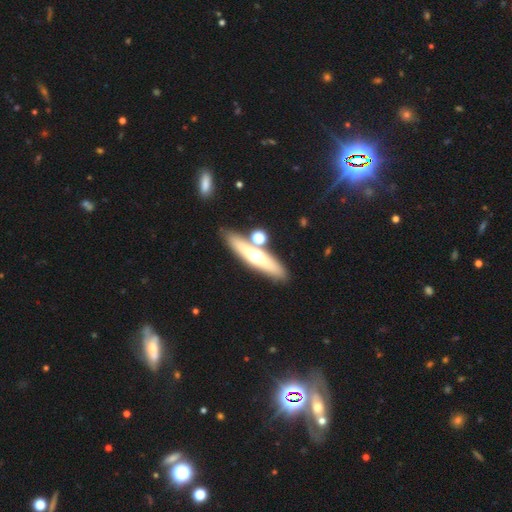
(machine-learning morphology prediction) A featured or disk galaxy (49%). Merging: none (76%).